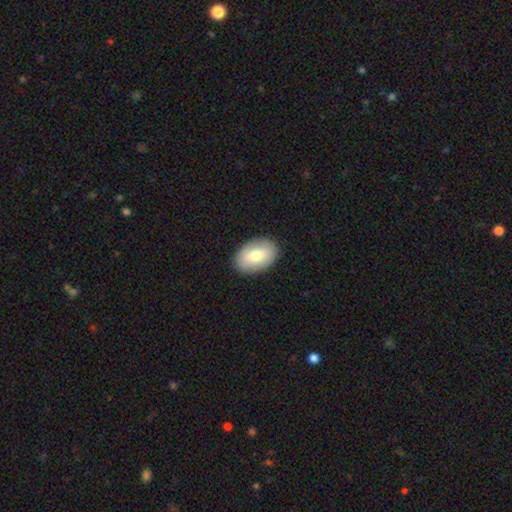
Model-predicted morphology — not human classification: A smooth galaxy with no disk features (71%) that is in between round and cigar-shaped (88%). Merging: none (89%).